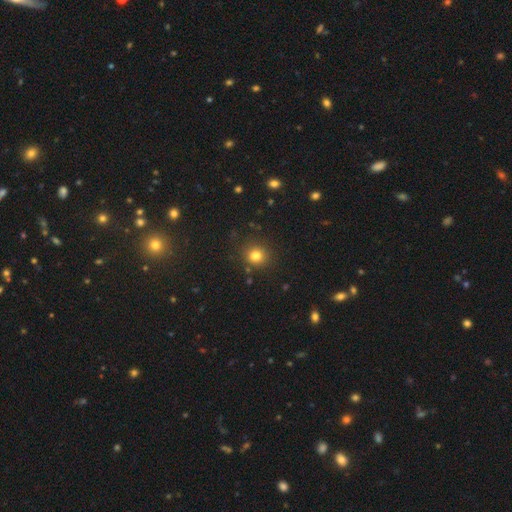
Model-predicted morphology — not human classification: A smooth galaxy with no disk features (80%) that is round (83%). Merging: none (84%).